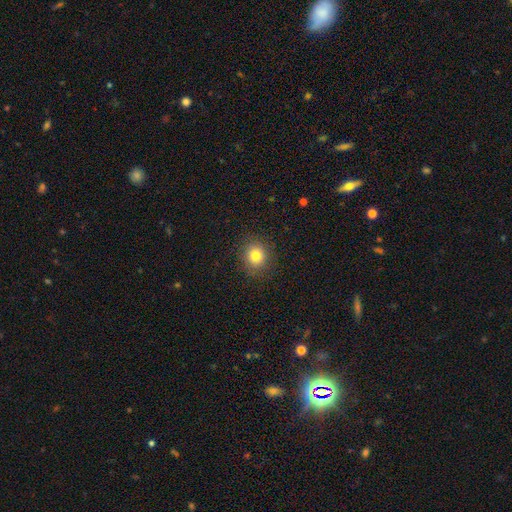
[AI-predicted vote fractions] Overall: smooth (81%). How rounded: round (84%). Merging: none (89%).